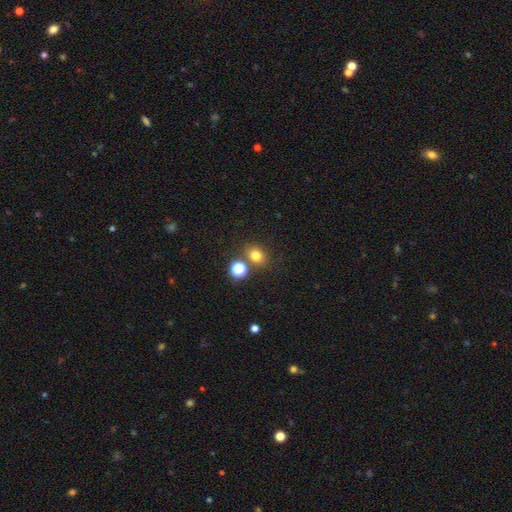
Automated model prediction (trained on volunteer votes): The model was most divided on "how rounded": round: 64%, in between: 35%, cigar-shaped: 1%. More confident: smooth or featured — smooth (76%); merging — none (74%).